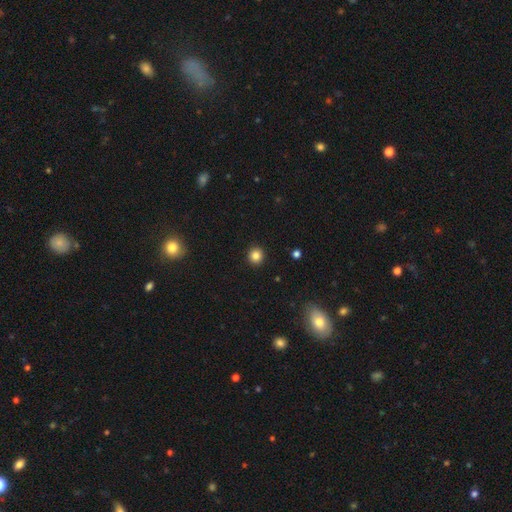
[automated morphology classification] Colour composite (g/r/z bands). It shows a smooth galaxy with no disk features (83%) that is round (93%). Merging: none (93%).